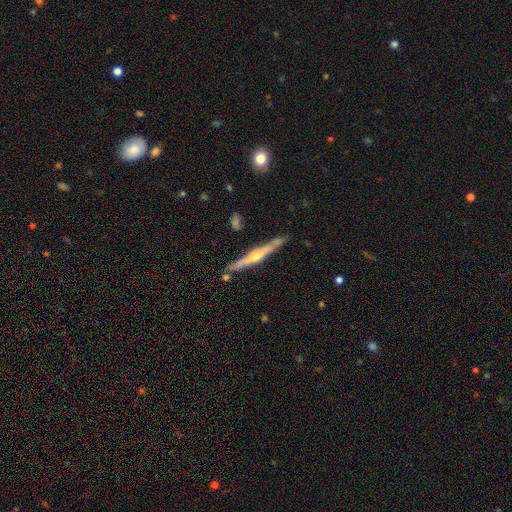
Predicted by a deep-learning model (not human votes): A featured or disk galaxy (74%) viewed edge-on (97%) with a rounded central bulge (85%).

Vote fractions:
- Smooth or featured? featured or disk: 74% / smooth: 20% / star or artifact: 6%
- Edge-on disk? yes: 97% / no: 3%
- Edge-on bulge? rounded: 85% / none: 9% / boxy: 6%
- Merging? none: 83% / minor disturbance: 12% / merger: 4% / major disturbance: 2%